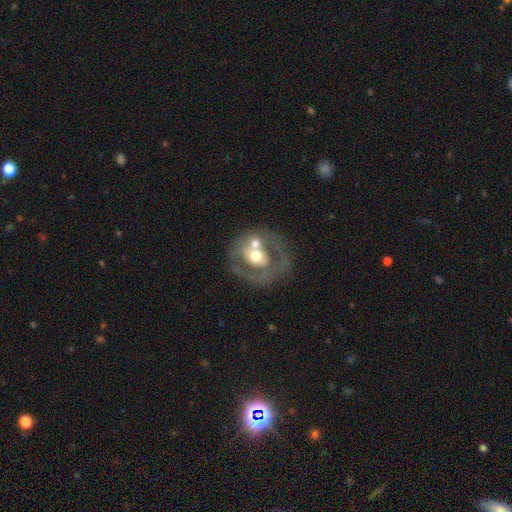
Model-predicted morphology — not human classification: The model was most divided on "merging": none: 47%, merger: 26%, minor disturbance: 16%, major disturbance: 12%. More confident: edge-on disk — no (95%); spiral arms — no (80%); bar — no (75%); bulge size — moderate (66%); smooth or featured — featured or disk (59%).